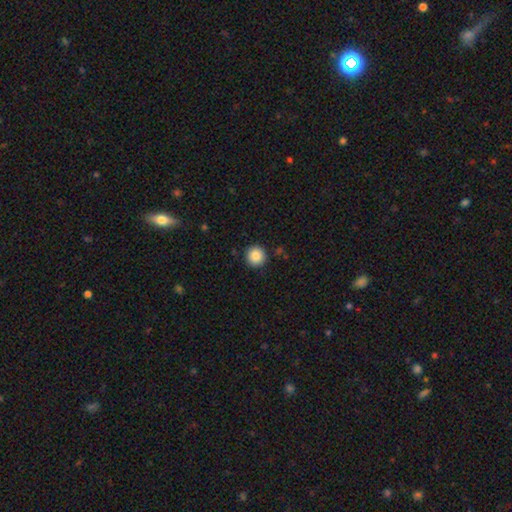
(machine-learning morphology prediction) Smooth or featured? Predicted: smooth (p=0.87). How rounded? Predicted: round (p=0.95). Merging? Predicted: none (p=0.91).